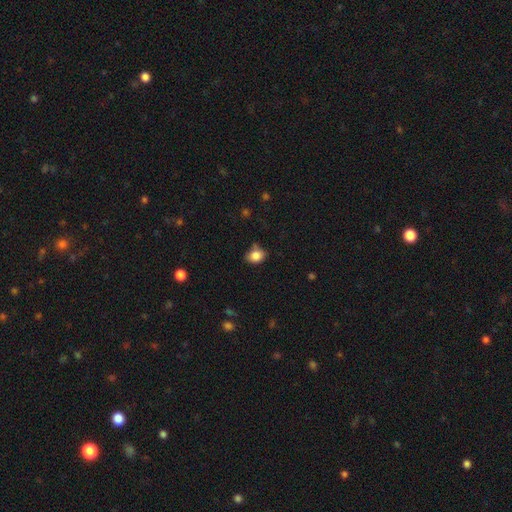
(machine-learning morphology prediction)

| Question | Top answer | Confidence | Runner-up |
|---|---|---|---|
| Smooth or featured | smooth | 84% | star or artifact (9%) |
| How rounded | in between | 63% | round (36%) |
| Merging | none | 65% | minor disturbance (23%) |